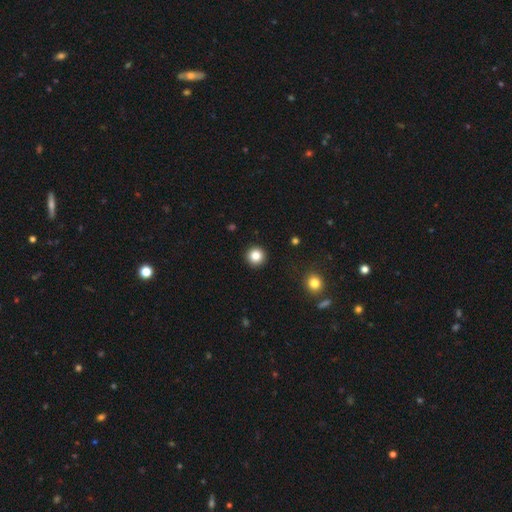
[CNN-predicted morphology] This is clearly a smooth galaxy (84%). How rounded: clearly round (96%). Merging: clearly none (93%).